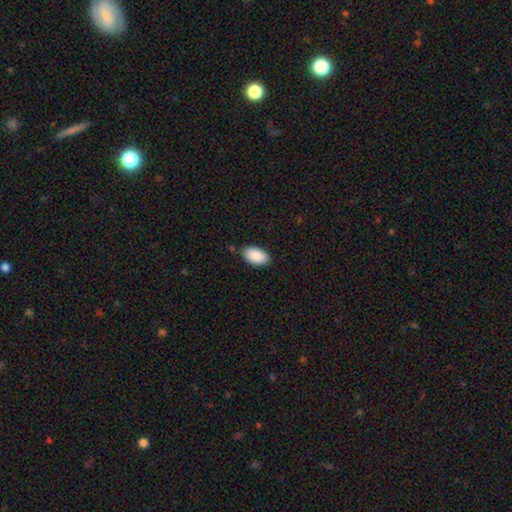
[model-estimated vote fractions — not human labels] smooth-or-featured: smooth: 90% | star or artifact: 6% | featured or disk: 4%
  how-rounded: in between: 95% | round: 3% | cigar-shaped: 1%
  merging: none: 83% | minor disturbance: 13% | major disturbance: 2% | merger: 2%